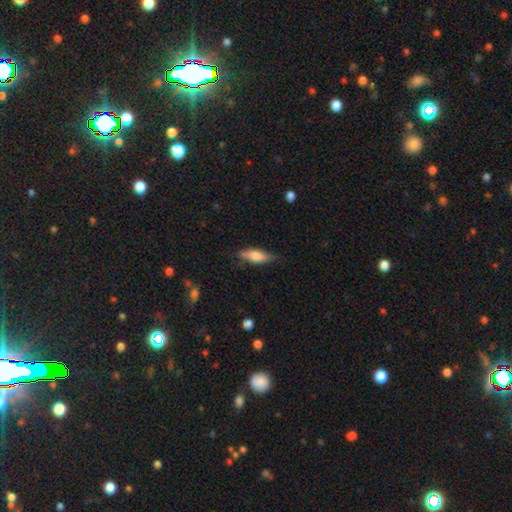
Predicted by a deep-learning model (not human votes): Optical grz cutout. It shows a smooth galaxy with no disk features (70%) that is in between round and cigar-shaped (61%). Merging: none (68%).